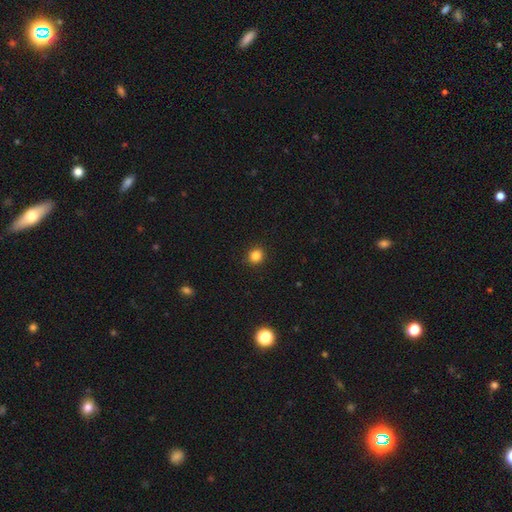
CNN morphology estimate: Smooth or featured?
  - smooth: 84% *
  - star or artifact: 12%
  - featured or disk: 4%
How rounded?
  - round: 85% *
  - in between: 14%
  - cigar-shaped: 1%
Merging?
  - none: 92% *
  - minor disturbance: 6%
  - major disturbance: 2%
  - merger: 1%